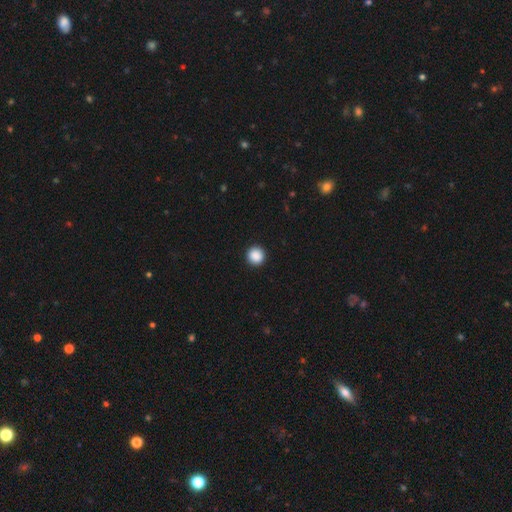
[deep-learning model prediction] This is clearly a smooth galaxy (89%). How rounded: clearly round (95%). Merging: clearly none (93%).